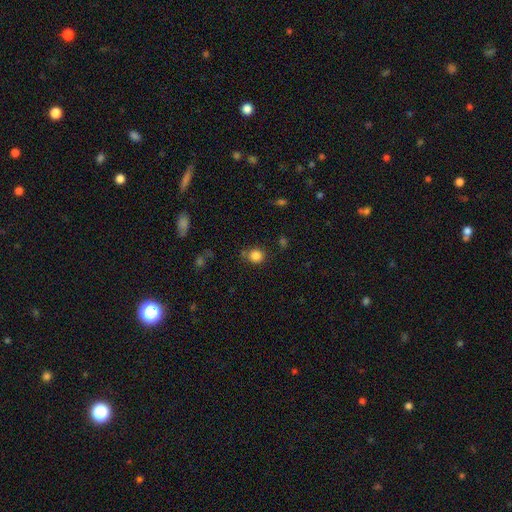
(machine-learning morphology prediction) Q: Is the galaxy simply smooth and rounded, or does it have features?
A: smooth — 84%.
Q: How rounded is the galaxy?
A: round — 85%.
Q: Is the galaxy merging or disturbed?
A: none — 76%.